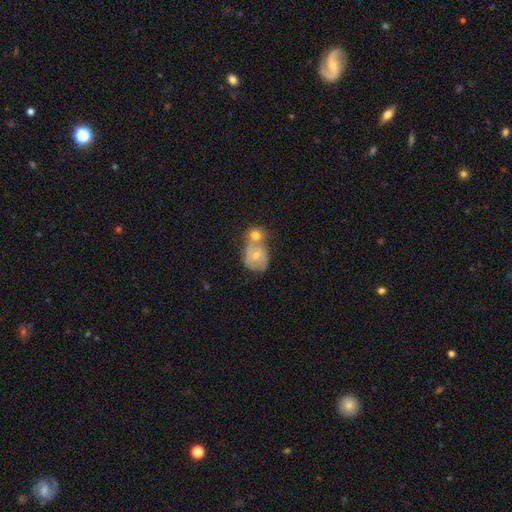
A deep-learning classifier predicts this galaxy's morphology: Smooth or featured? smooth (55%)
How rounded? round (61%)
Merging? merger (60%)